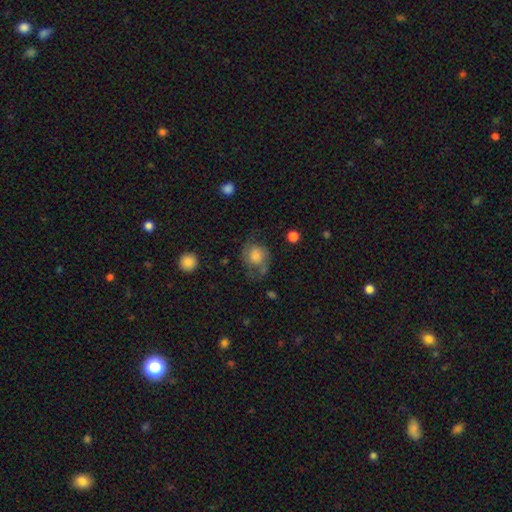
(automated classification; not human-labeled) Smooth or featured? smooth (64%)
How rounded? round (73%)
Merging? none (50%)